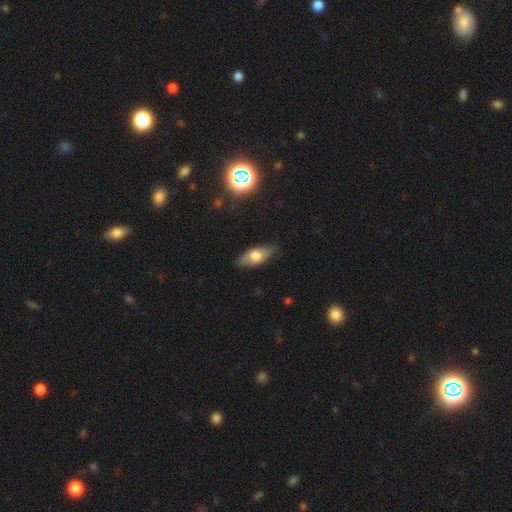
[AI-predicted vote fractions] The model was most divided on "smooth or featured": smooth: 64%, featured or disk: 29%, star or artifact: 8%. More confident: how rounded — in between (83%); merging — none (81%).